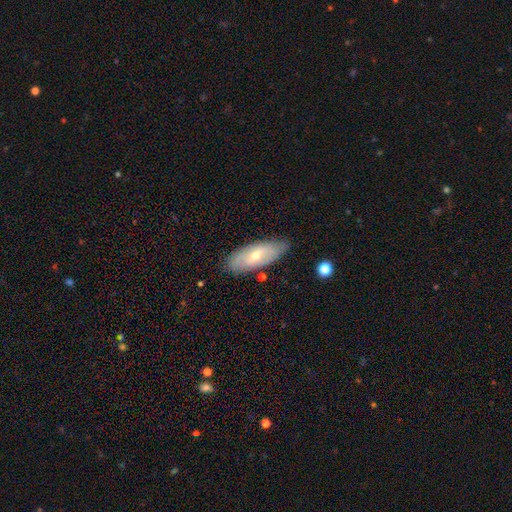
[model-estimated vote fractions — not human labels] The model was most divided on "smooth or featured": smooth: 51%, featured or disk: 42%, star or artifact: 7%. More confident: merging — none (79%); how rounded — in between (76%).